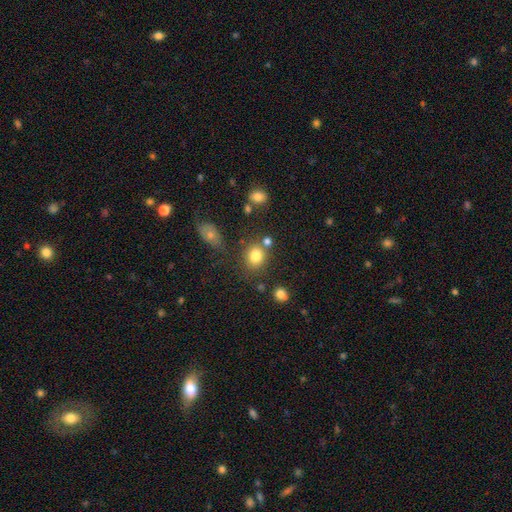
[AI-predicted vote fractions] This appears to be a smooth galaxy with no disk features (80%) that is round (65%). Merging: none (69%).